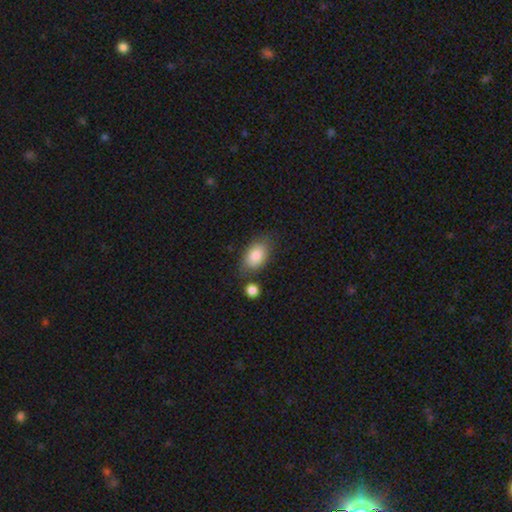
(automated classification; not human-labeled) Smooth or featured? Predicted: smooth (p=0.85). How rounded? Predicted: in between (p=0.89). Merging? Predicted: none (p=0.71).